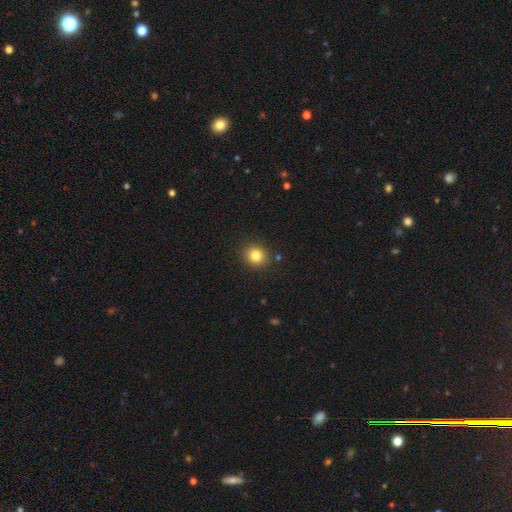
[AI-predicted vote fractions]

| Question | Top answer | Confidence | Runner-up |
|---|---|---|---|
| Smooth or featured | smooth | 83% | star or artifact (11%) |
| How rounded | round | 84% | in between (15%) |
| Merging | none | 89% | minor disturbance (7%) |